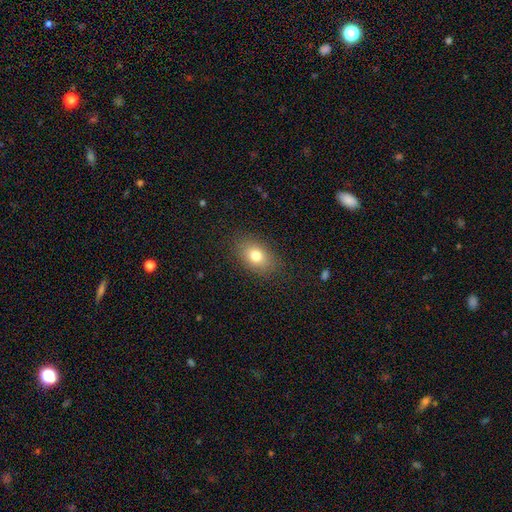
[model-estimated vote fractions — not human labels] Smooth or featured? Predicted: smooth (p=0.79). How rounded? Predicted: in between (p=0.81). Merging? Predicted: none (p=0.85).